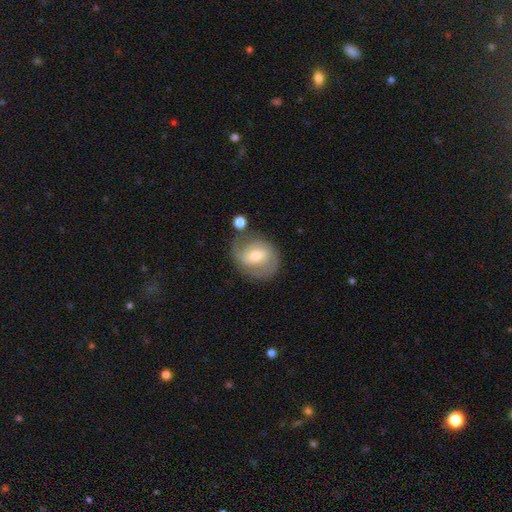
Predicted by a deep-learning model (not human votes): smooth_or_featured: featured or disk (p=0.61) [alt: smooth p=0.32]
disk_edge_on: no (p=0.97) [alt: yes p=0.03]
bar: weak (p=0.51) [alt: no p=0.27]
has_spiral_arms: yes (p=0.81) [alt: no p=0.19]
bulge_size: moderate (p=0.60) [alt: small p=0.31]
merging: none (p=0.65) [alt: minor disturbance p=0.18]